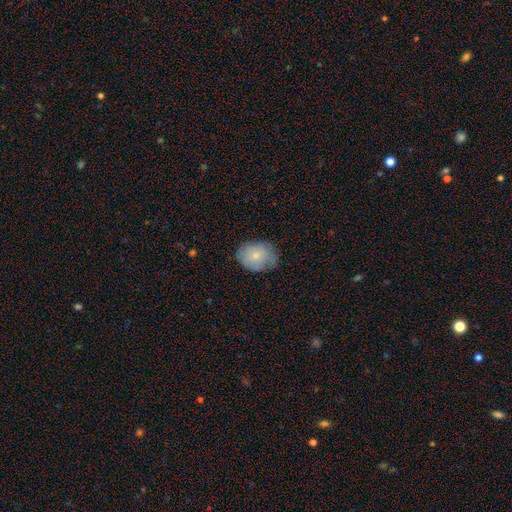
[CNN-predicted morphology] This appears to be a smooth galaxy with no disk features (76%) that is in between round and cigar-shaped (61%). Merging: none (69%).